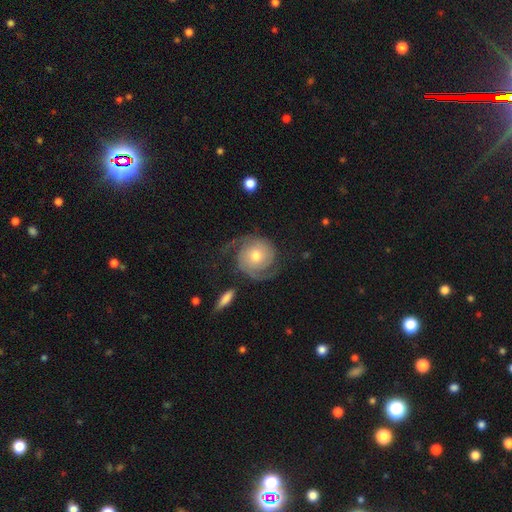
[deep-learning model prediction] The model was most divided on "spiral winding": medium: 39%, tight: 38%, loose: 22%. More confident: edge-on disk — no (97%); spiral arms — yes (97%); spiral arm count — 2 (89%); smooth or featured — featured or disk (85%); bar — no (75%); merging — none (71%); bulge size — moderate (62%).